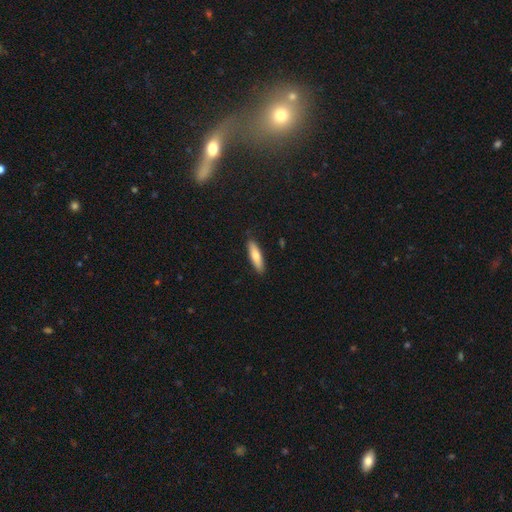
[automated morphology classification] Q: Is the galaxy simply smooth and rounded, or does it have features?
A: smooth — 73%.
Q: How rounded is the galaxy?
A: cigar-shaped — 70%.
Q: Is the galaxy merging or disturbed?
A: none — 89%.